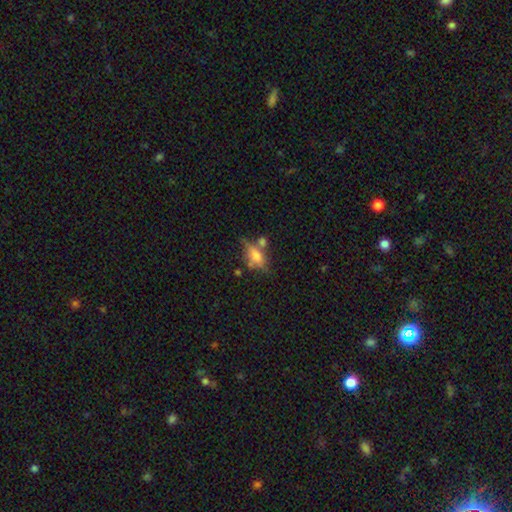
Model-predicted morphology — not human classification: Smooth or featured?
  - smooth: 54% *
  - featured or disk: 35%
  - star or artifact: 11%
How rounded?
  - in between: 71% *
  - cigar-shaped: 21%
  - round: 8%
Merging?
  - none: 48% *
  - merger: 21%
  - minor disturbance: 20%
  - major disturbance: 11%